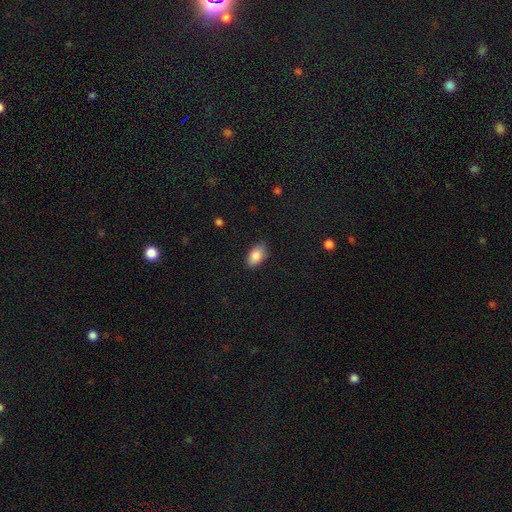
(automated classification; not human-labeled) Q: Smooth or featured?
A: smooth (86%); runner-up: featured or disk (7%)
Q: How rounded?
A: in between (93%); runner-up: round (5%)
Q: Merging?
A: none (85%); runner-up: minor disturbance (12%)